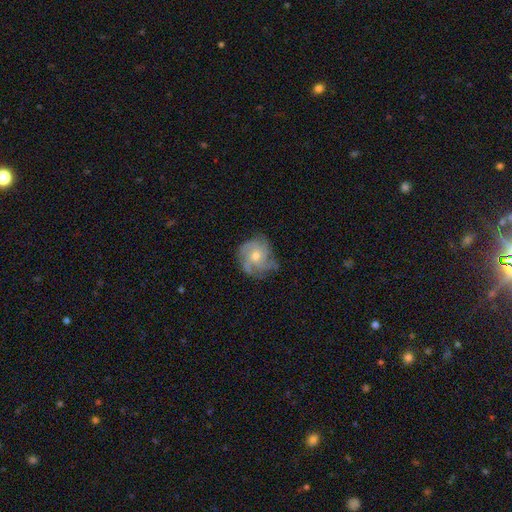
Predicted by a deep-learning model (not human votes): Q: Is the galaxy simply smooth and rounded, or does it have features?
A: featured or disk — 74%.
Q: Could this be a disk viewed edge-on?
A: no — 98%.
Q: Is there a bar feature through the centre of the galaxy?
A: no — 79%.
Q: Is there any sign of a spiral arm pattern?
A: yes — 92%.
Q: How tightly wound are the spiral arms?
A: tight — 49%.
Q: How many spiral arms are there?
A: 3 — 28%.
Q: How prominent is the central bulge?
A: moderate — 53%.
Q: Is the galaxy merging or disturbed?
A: none — 69%.